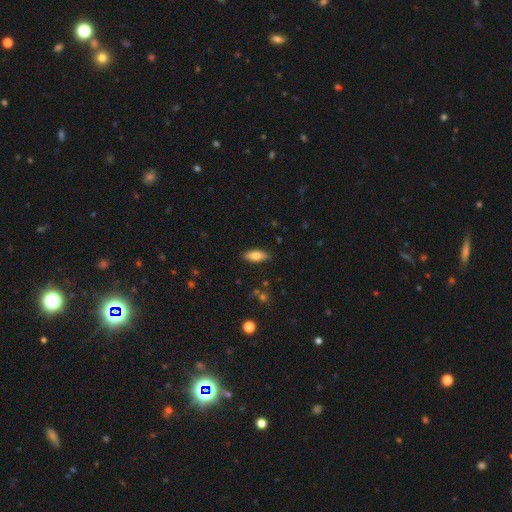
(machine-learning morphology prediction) Smooth or featured? Predicted: smooth (p=0.77). How rounded? Predicted: in between (p=0.77). Merging? Predicted: none (p=0.87).